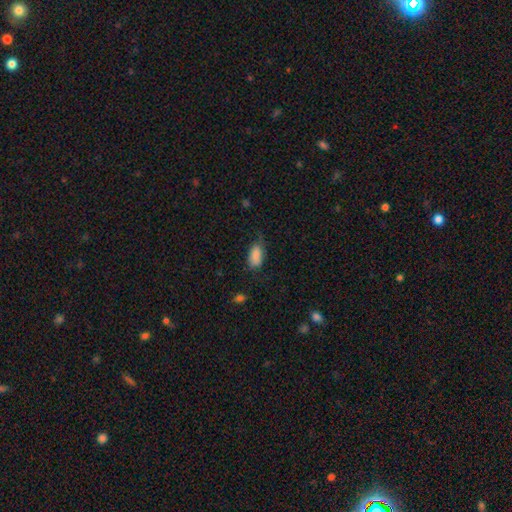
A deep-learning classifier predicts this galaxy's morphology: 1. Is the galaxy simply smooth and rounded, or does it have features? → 86% smooth, 7% star or artifact, 6% featured or disk.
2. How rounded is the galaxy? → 91% in between, 6% cigar-shaped, 3% round.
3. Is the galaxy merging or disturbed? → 56% none, 32% minor disturbance, 10% major disturbance, 2% merger.